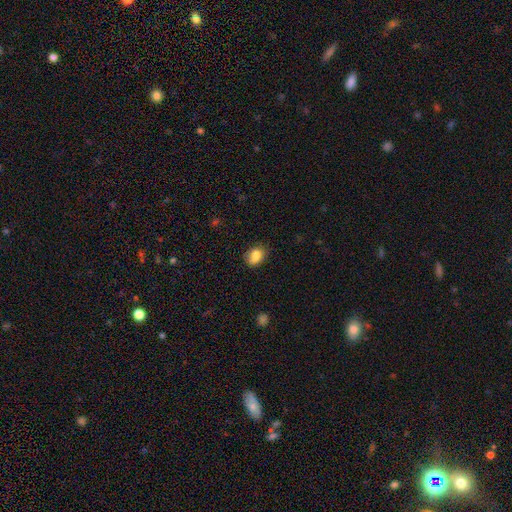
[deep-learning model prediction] The model was most divided on "how rounded": in between: 69%, round: 30%, cigar-shaped: 1%. More confident: smooth or featured — smooth (85%); merging — none (71%).